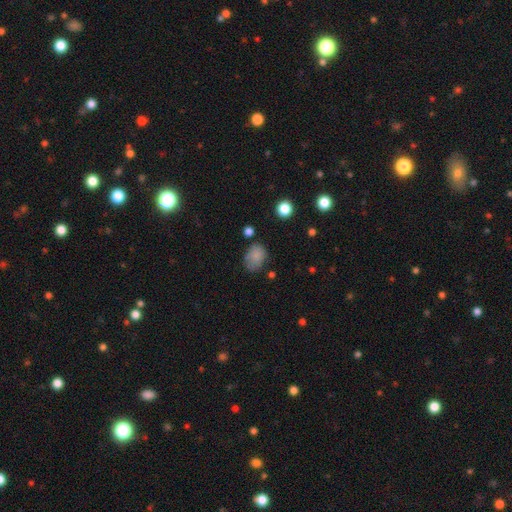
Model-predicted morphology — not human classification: Smooth or featured: smooth — 81% (star or artifact — 11%)
How rounded: in between — 66% (round — 33%)
Merging: none — 61% (minor disturbance — 26%)